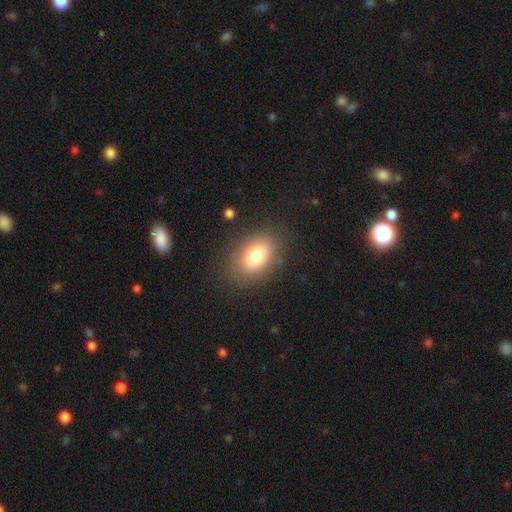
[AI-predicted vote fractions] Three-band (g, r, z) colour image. It shows a smooth galaxy with no disk features (77%) that is in between round and cigar-shaped (81%). Merging: none (82%).